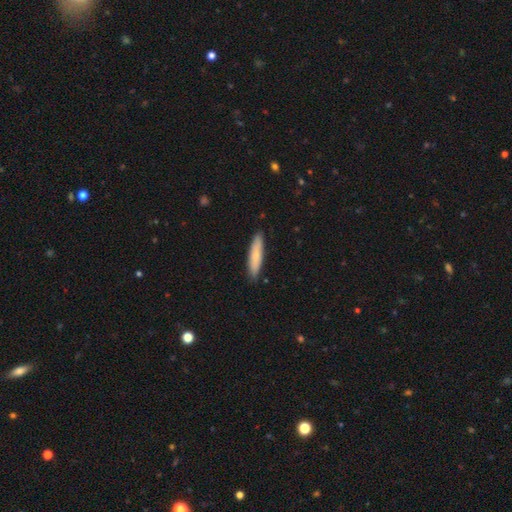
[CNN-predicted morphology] This appears to be a smooth galaxy with no disk features (74%) that is cigar-shaped (78%). Merging: none (88%).